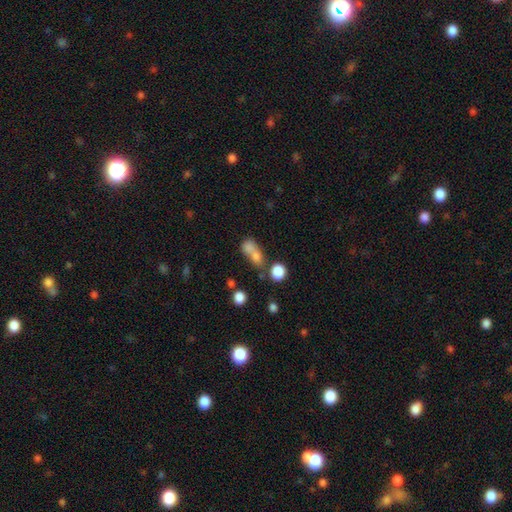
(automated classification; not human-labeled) This appears to be a smooth galaxy with no disk features (72%) that is in between round and cigar-shaped (49%). Merging: merger (56%).